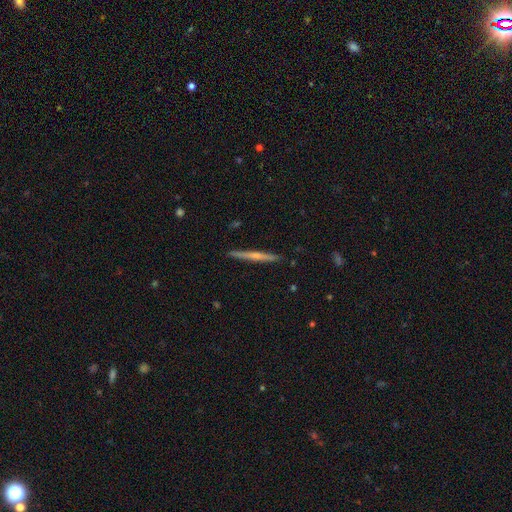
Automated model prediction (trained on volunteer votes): Smooth or featured?
  - featured or disk: 57% *
  - smooth: 38%
  - star or artifact: 6%
Edge-on disk?
  - yes: 98% *
  - no: 2%
Edge-on bulge?
  - rounded: 50% *
  - none: 43%
  - boxy: 7%
Merging?
  - none: 91% *
  - minor disturbance: 6%
  - major disturbance: 1%
  - merger: 1%